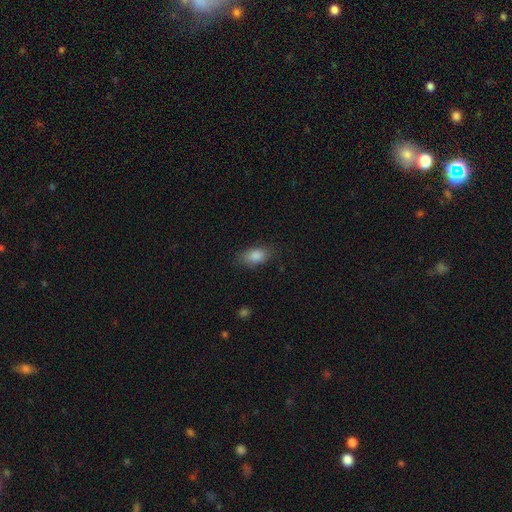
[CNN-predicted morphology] smooth_or_featured: smooth (p=0.85) [alt: star or artifact p=0.09]
how_rounded: in between (p=0.86) [alt: round p=0.10]
merging: none (p=0.80) [alt: minor disturbance p=0.15]